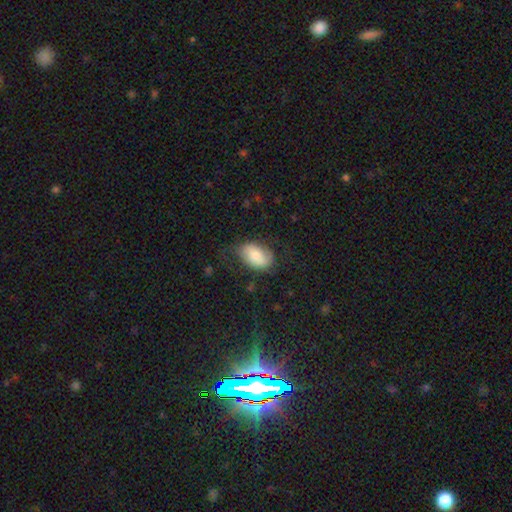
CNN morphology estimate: Smooth or featured?
  - smooth: 68% *
  - featured or disk: 26%
  - star or artifact: 7%
How rounded?
  - in between: 90% *
  - round: 9%
  - cigar-shaped: 2%
Merging?
  - none: 60% *
  - minor disturbance: 25%
  - major disturbance: 13%
  - merger: 2%